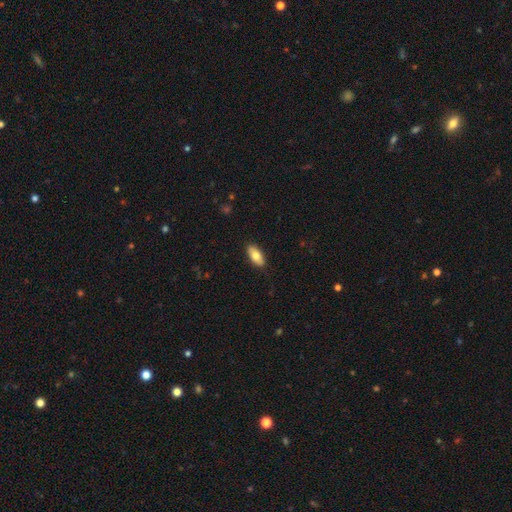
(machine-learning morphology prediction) type=smooth (77%); roundness=in between (88%); merging=none (88%).